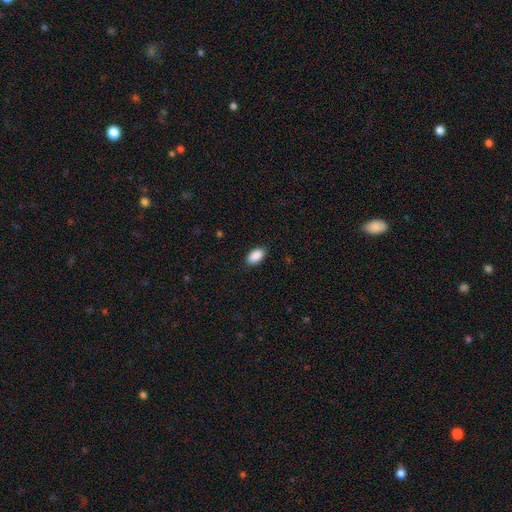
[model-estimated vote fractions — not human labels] A smooth galaxy with no disk features (90%) that is in between round and cigar-shaped (94%). Merging: none (88%).